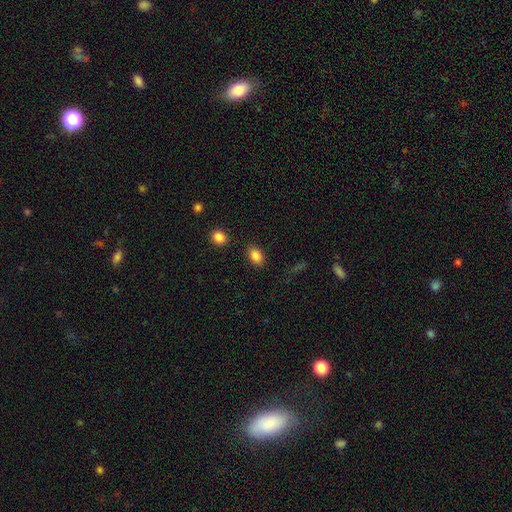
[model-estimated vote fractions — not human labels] Q: Smooth or featured?
A: smooth (85%); runner-up: star or artifact (9%)
Q: How rounded?
A: in between (78%); runner-up: round (21%)
Q: Merging?
A: none (84%); runner-up: minor disturbance (10%)